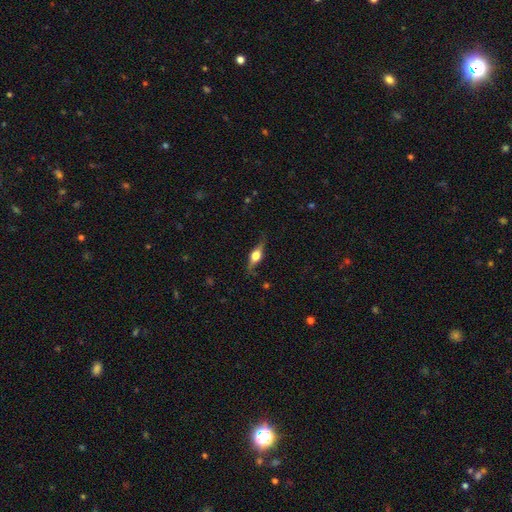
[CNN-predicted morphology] Smooth or featured? Predicted: featured or disk (p=0.66). Edge-on disk? Predicted: yes (p=0.92). Edge-on bulge? Predicted: rounded (p=0.92). Merging? Predicted: none (p=0.78).